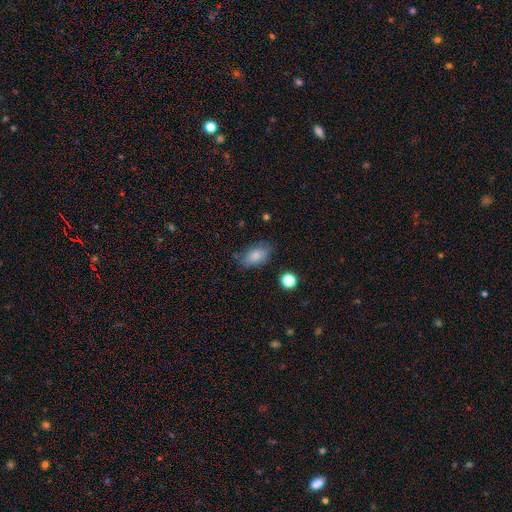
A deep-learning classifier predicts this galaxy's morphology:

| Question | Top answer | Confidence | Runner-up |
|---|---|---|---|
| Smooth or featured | smooth | 82% | featured or disk (9%) |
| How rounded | in between | 90% | round (6%) |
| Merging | none | 71% | minor disturbance (21%) |